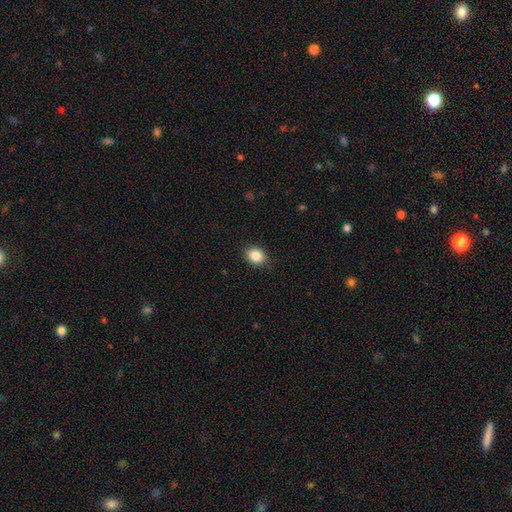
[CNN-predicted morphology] The model was most divided on "how rounded": round: 53%, in between: 46%, cigar-shaped: 1%. More confident: smooth or featured — smooth (87%); merging — none (84%).